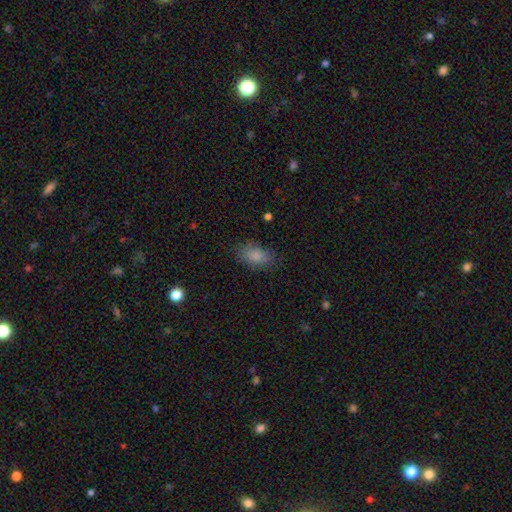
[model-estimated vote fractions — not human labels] smooth_or_featured: smooth (p=0.86) [alt: star or artifact p=0.08]
how_rounded: in between (p=0.90) [alt: round p=0.07]
merging: none (p=0.81) [alt: minor disturbance p=0.14]